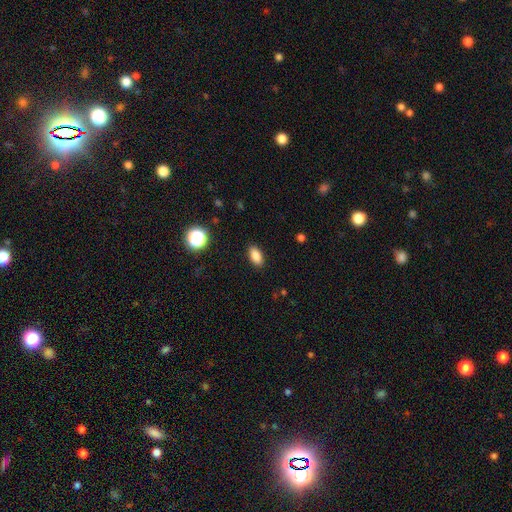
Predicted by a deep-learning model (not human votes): Smooth or featured: smooth — 86% (star or artifact — 10%)
How rounded: in between — 89% (round — 6%)
Merging: none — 88% (minor disturbance — 8%)